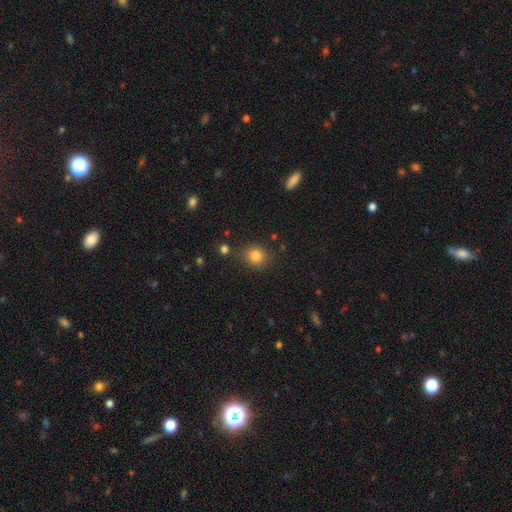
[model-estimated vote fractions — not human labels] Morphology: type=smooth (80%); roundness=round (81%); merging=none (80%).